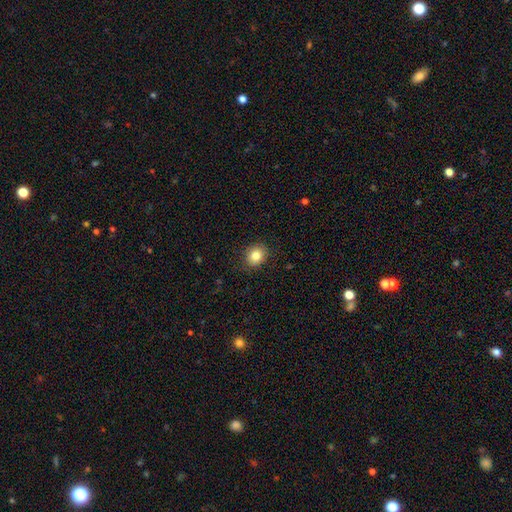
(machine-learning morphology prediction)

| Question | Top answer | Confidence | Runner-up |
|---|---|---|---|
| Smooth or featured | smooth | 83% | star or artifact (9%) |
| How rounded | round | 65% | in between (35%) |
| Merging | none | 87% | minor disturbance (9%) |